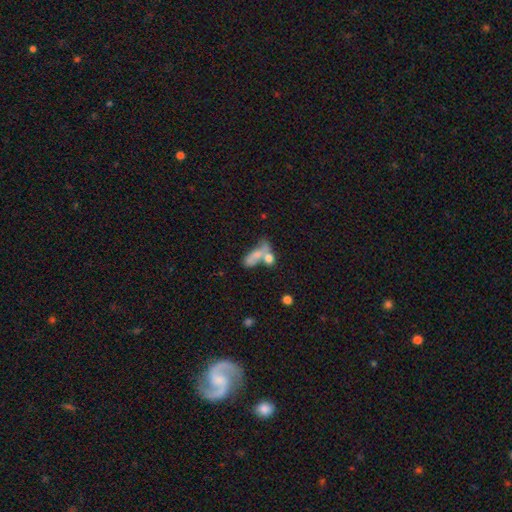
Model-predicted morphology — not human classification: Overall: smooth (65%). How rounded: in between (66%). Merging: merger (56%; none 21%).